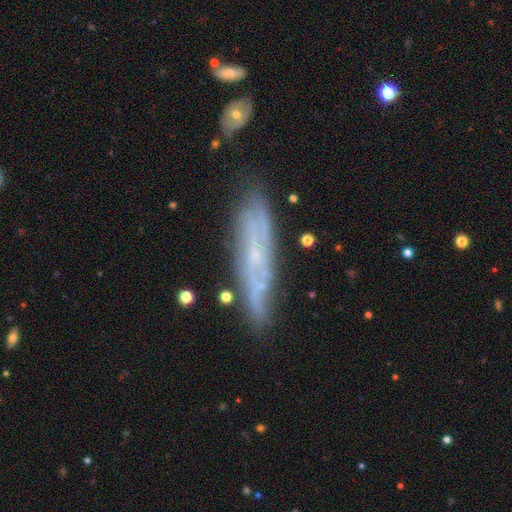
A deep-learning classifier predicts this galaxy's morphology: featured or disk 64%, smooth 28%, star or artifact 8%. Down the decision tree: edge-on disk — no (55%); merging — none (77%).